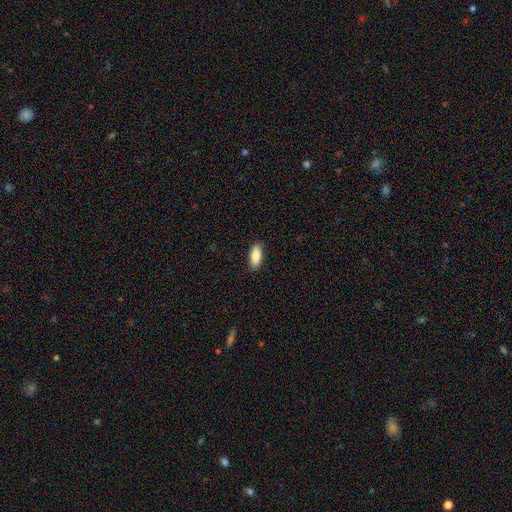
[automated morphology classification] smooth_or_featured: smooth (p=0.85) [alt: featured or disk p=0.08]
how_rounded: in between (p=0.81) [alt: cigar-shaped p=0.17]
merging: none (p=0.89) [alt: minor disturbance p=0.08]